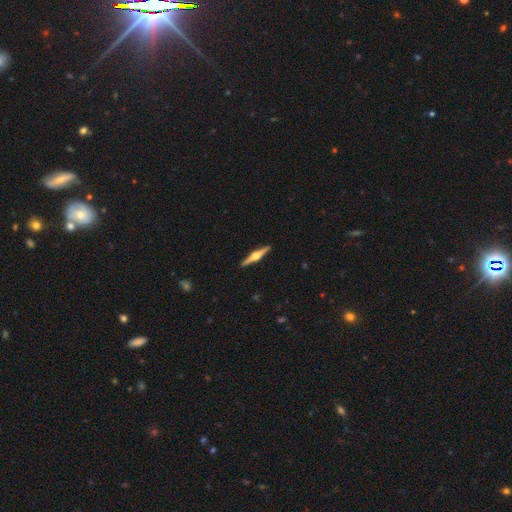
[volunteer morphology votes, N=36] Volunteers were most divided on "smooth or featured": featured or disk: 92%, smooth: 8%, star or artifact: 0%. More confident: edge-on disk — yes (100%); edge-on bulge — rounded (97%); merging — none (94%).